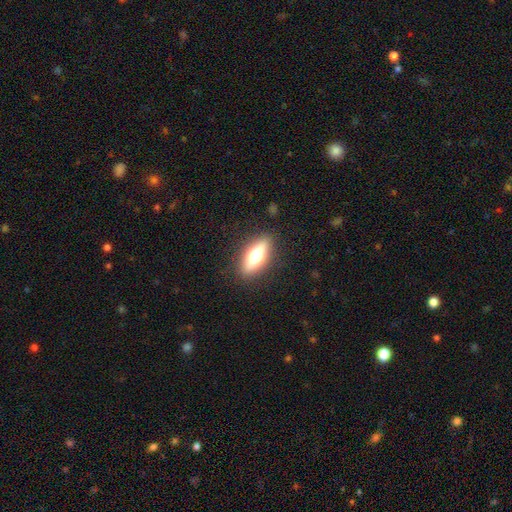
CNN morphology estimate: type=smooth (56%); roundness=in between (61%); merging=none (87%).